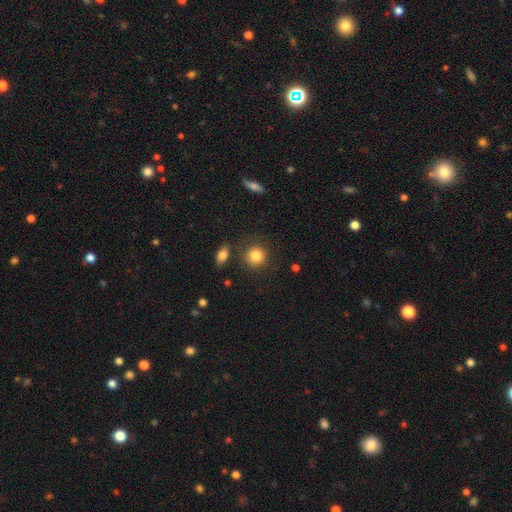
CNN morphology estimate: A smooth galaxy with no disk features (84%) that is round (88%). Merging: none (80%).